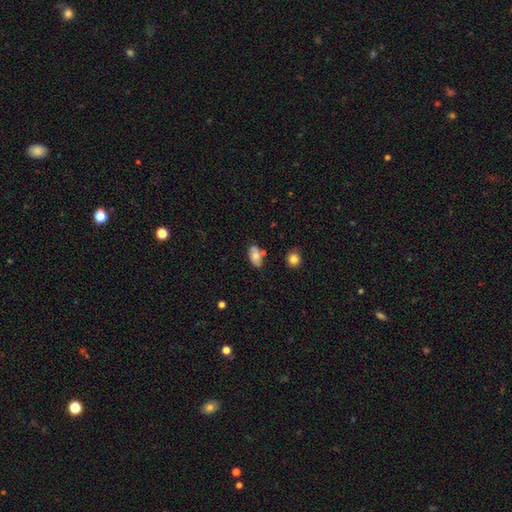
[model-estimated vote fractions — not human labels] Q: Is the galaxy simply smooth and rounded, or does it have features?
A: smooth — 65%.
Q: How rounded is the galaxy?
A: in between — 90%.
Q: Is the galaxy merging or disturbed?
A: none — 67%.